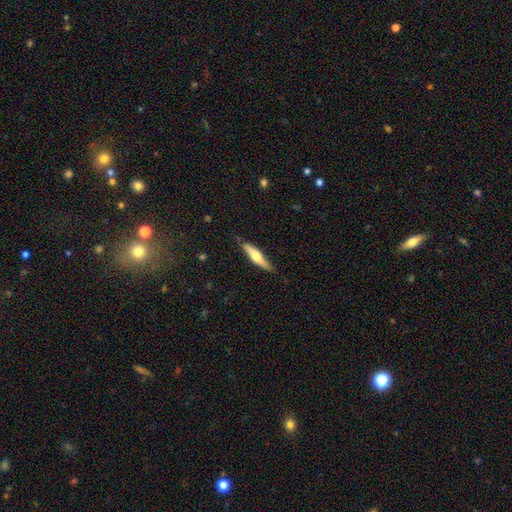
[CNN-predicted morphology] smooth_or_featured: smooth (p=0.48) [alt: featured or disk p=0.47]
merging: none (p=0.82) [alt: minor disturbance p=0.14]